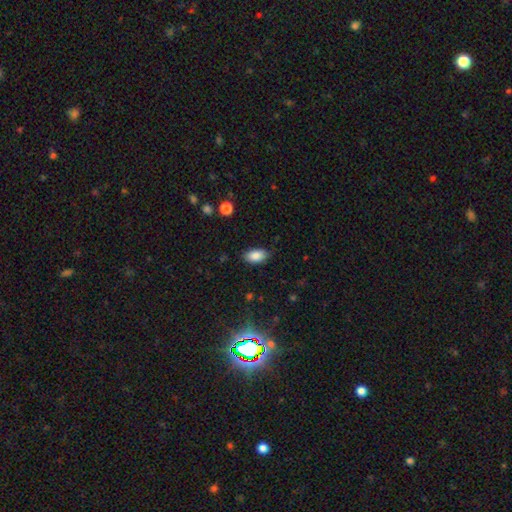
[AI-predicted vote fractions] smooth 87%, star or artifact 8%, featured or disk 5%. Down the decision tree: how rounded — in between (93%); merging — none (83%).